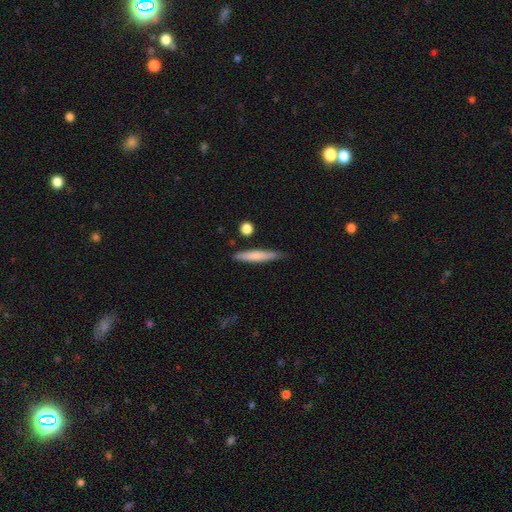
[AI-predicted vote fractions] Morphology: type=smooth (69%); roundness=cigar-shaped (92%); merging=none (79%).